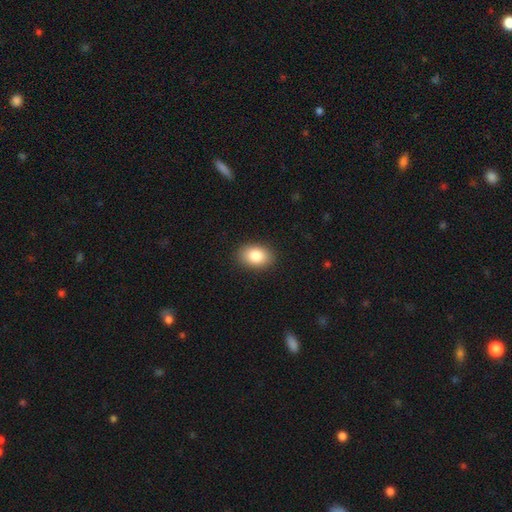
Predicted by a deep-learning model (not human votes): Smooth or featured? smooth (86%)
How rounded? in between (82%)
Merging? none (89%)